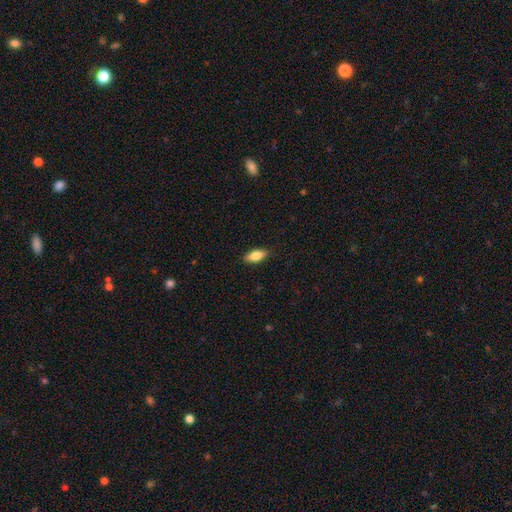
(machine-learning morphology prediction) smooth 78%, featured or disk 15%, star or artifact 7%. Down the decision tree: how rounded — in between (83%); merging — none (89%).